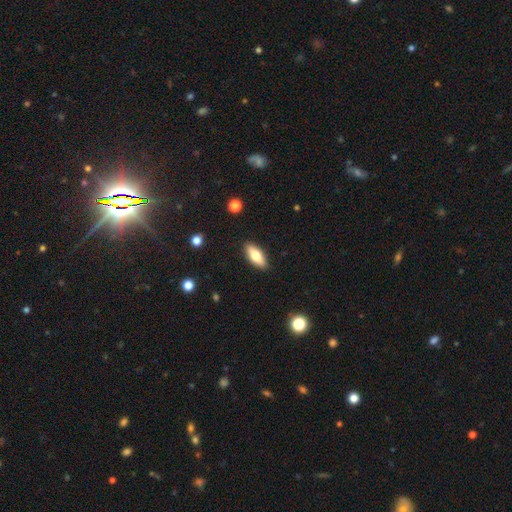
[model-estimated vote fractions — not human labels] Smooth or featured: smooth — 71% (featured or disk — 23%)
How rounded: in between — 76% (cigar-shaped — 22%)
Merging: none — 88% (minor disturbance — 9%)